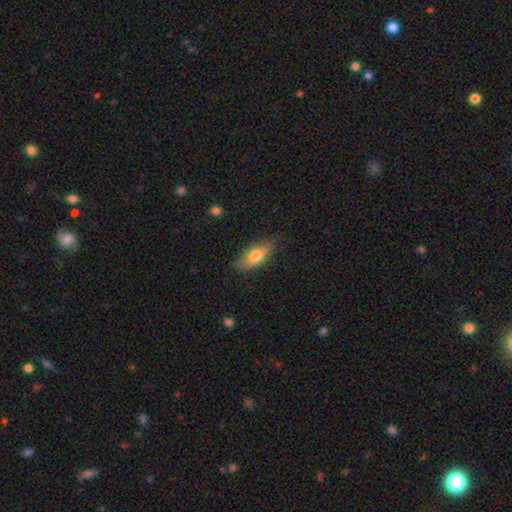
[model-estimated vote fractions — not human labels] Smooth or featured: smooth — 66% (featured or disk — 28%)
How rounded: in between — 72% (cigar-shaped — 25%)
Merging: none — 76% (minor disturbance — 19%)